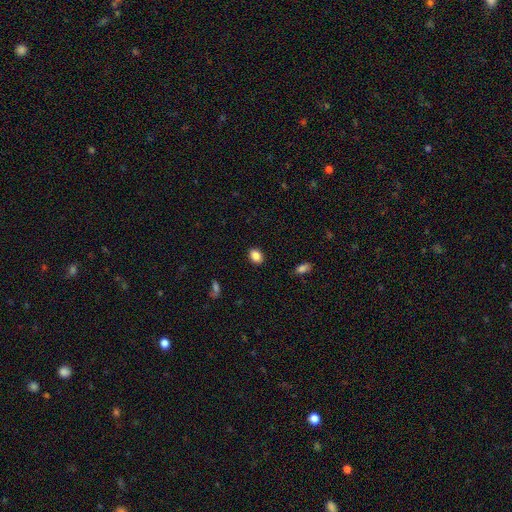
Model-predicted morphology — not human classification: Smooth or featured? smooth (87%)
How rounded? in between (69%)
Merging? none (88%)